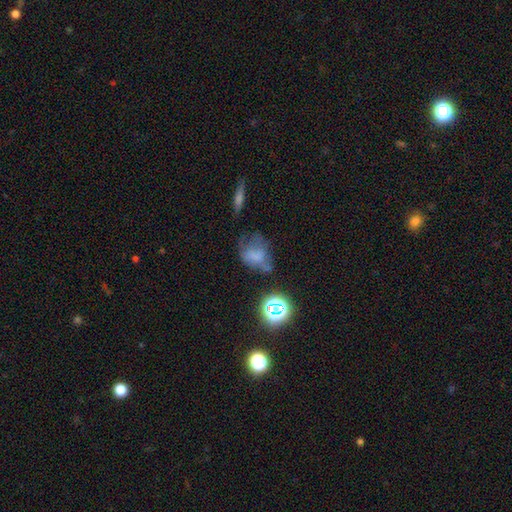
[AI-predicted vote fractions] smooth 52%, featured or disk 27%, star or artifact 21%. Down the decision tree: how rounded — in between (64%); merging — major disturbance (33%).